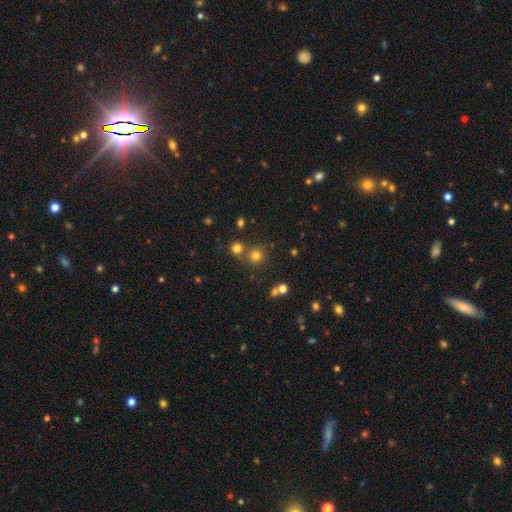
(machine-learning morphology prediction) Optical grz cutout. It shows a smooth galaxy with no disk features (72%) that is round (91%). Merging: none (69%).